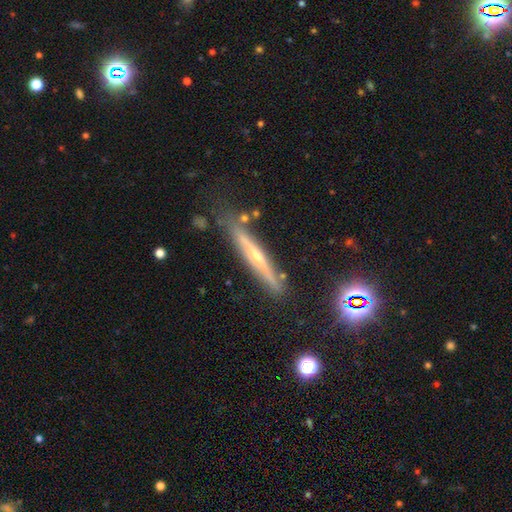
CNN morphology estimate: A featured or disk galaxy (69%) viewed edge-on (94%) with a rounded central bulge (74%).

Vote fractions:
- Smooth or featured? featured or disk: 69% / smooth: 22% / star or artifact: 9%
- Edge-on disk? yes: 94% / no: 6%
- Edge-on bulge? rounded: 74% / none: 22% / boxy: 4%
- Merging? none: 80% / minor disturbance: 14% / merger: 3% / major disturbance: 3%